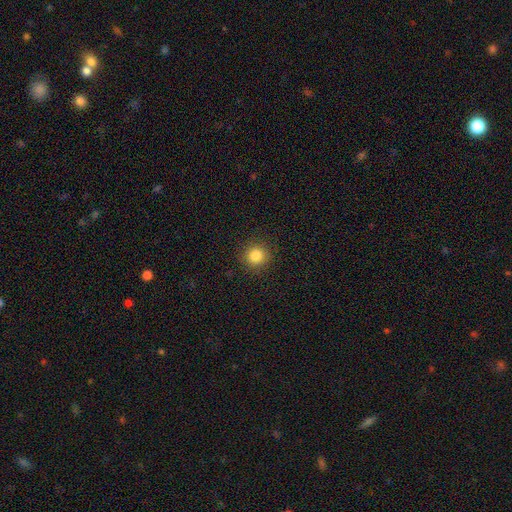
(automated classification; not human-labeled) The model was most divided on "smooth or featured": smooth: 83%, star or artifact: 12%, featured or disk: 5%. More confident: how rounded — round (93%); merging — none (91%).